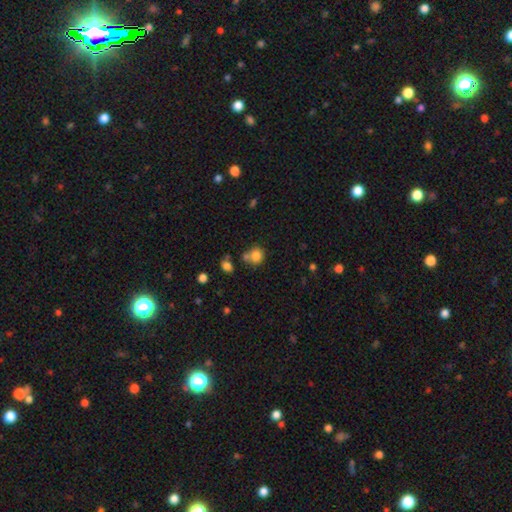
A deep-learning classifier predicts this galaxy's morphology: Q: Smooth or featured?
A: smooth (81%); runner-up: star or artifact (11%)
Q: How rounded?
A: round (82%); runner-up: in between (17%)
Q: Merging?
A: none (57%); runner-up: merger (25%)